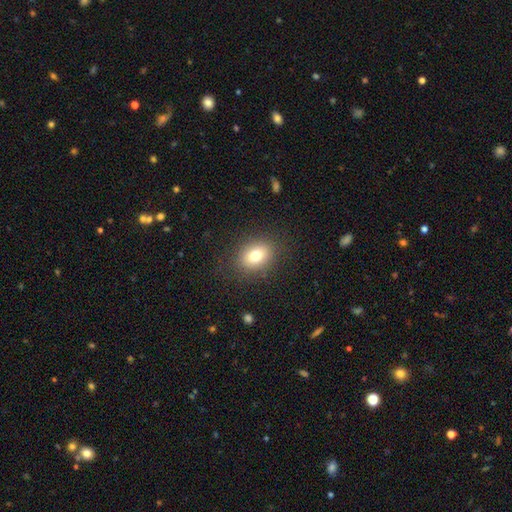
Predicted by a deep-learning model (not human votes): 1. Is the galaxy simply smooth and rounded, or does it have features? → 77% smooth, 12% featured or disk, 11% star or artifact.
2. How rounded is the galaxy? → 61% in between, 38% round, 1% cigar-shaped.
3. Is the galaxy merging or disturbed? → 85% none, 10% minor disturbance, 4% major disturbance, 1% merger.